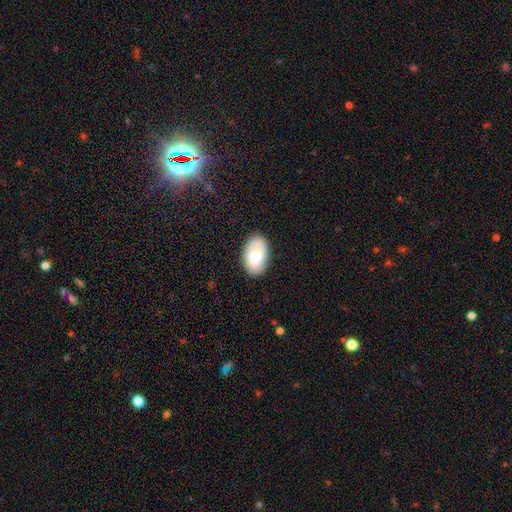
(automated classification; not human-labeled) A smooth galaxy with no disk features (70%) that is in between round and cigar-shaped (92%).

Vote fractions:
- Smooth or featured? smooth: 70% / featured or disk: 24% / star or artifact: 6%
- How rounded? in between: 92% / round: 7% / cigar-shaped: 1%
- Merging? none: 85% / minor disturbance: 11% / major disturbance: 3% / merger: 1%